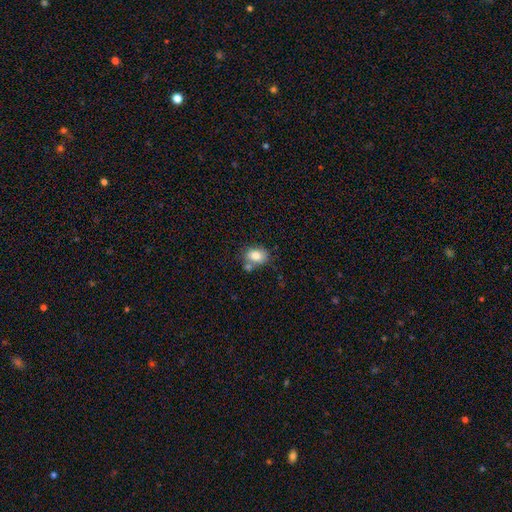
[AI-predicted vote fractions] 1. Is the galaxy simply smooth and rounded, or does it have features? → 82% smooth, 10% featured or disk, 9% star or artifact.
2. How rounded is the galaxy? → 64% in between, 35% round, 1% cigar-shaped.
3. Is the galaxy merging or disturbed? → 55% none, 23% merger, 17% minor disturbance, 5% major disturbance.